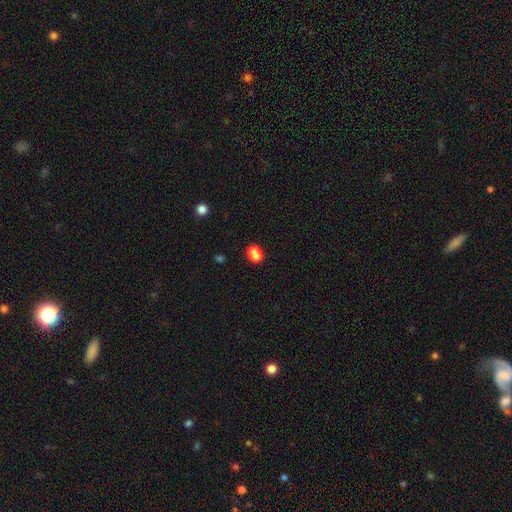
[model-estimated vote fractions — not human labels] smooth-or-featured: smooth: 73% | featured or disk: 15% | star or artifact: 12%
  how-rounded: round: 57% | in between: 42% | cigar-shaped: 1%
  merging: merger: 56% | none: 33% | minor disturbance: 8% | major disturbance: 3%